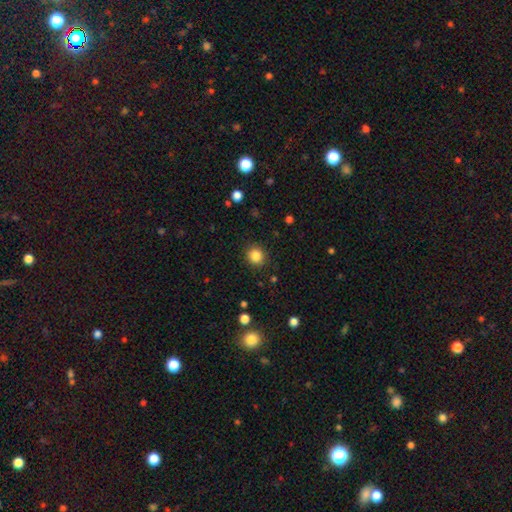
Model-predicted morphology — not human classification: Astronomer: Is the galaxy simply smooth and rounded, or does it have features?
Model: smooth — 85%.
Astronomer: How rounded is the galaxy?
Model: round — 87%.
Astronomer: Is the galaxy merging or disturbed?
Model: none — 89%.